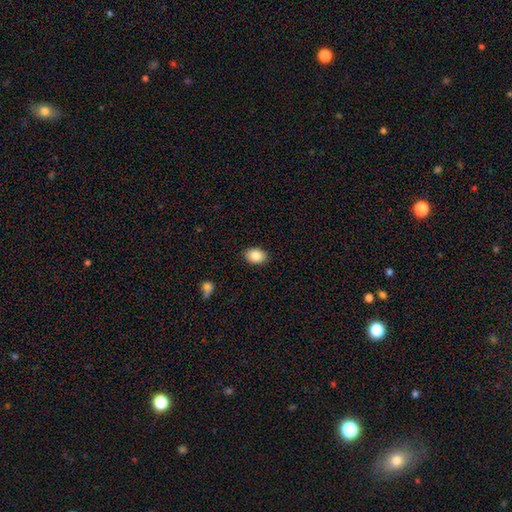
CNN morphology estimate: This is clearly a smooth galaxy (86%). How rounded: likely in between (75%). Merging: clearly none (89%).